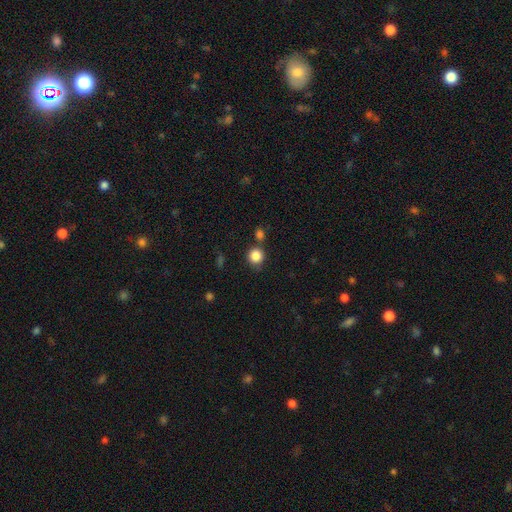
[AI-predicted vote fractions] smooth-or-featured: smooth: 86% | star or artifact: 10% | featured or disk: 4%
  how-rounded: round: 88% | in between: 11% | cigar-shaped: 1%
  merging: none: 73% | merger: 13% | minor disturbance: 11% | major disturbance: 3%